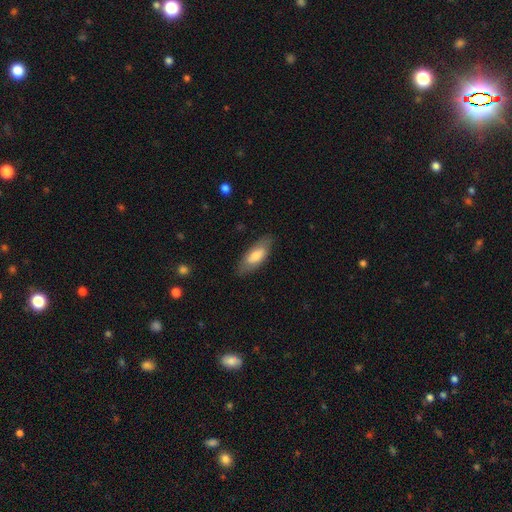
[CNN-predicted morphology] Smooth or featured: smooth — 69% (featured or disk — 25%)
How rounded: in between — 77% (cigar-shaped — 21%)
Merging: none — 81% (minor disturbance — 14%)